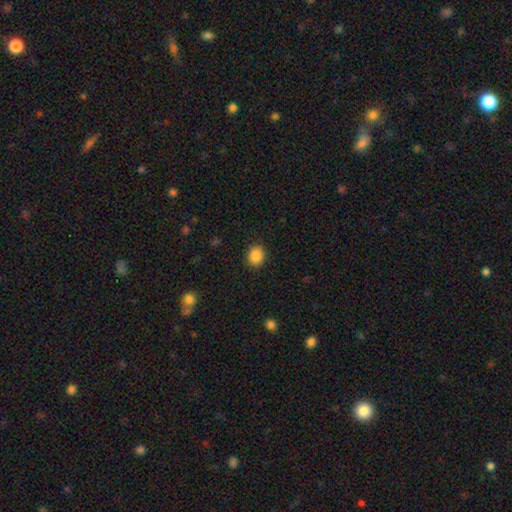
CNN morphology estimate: Overall: smooth (87%). How rounded: round (64%; in between 35%). Merging: none (90%).